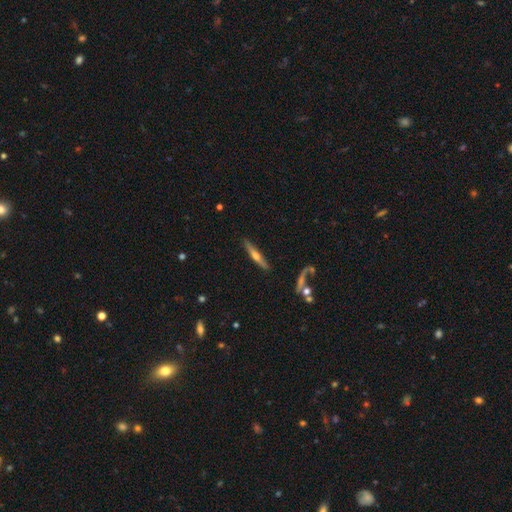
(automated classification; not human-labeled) smooth-or-featured: featured or disk: 62% | smooth: 32% | star or artifact: 6%
  disk-edge-on: yes: 94% | no: 6%
    edge-on-bulge: rounded: 88% | none: 9% | boxy: 4%
  merging: none: 86% | minor disturbance: 9% | major disturbance: 2% | merger: 2%